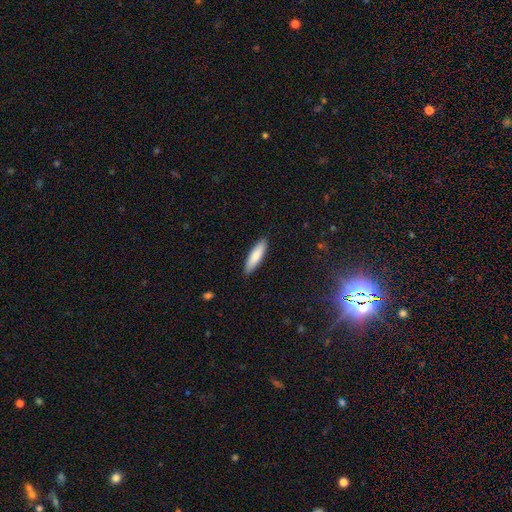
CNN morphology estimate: smooth-or-featured: smooth: 83% | featured or disk: 11% | star or artifact: 5%
  how-rounded: cigar-shaped: 64% | in between: 34% | round: 1%
  merging: none: 89% | minor disturbance: 8% | major disturbance: 2% | merger: 1%